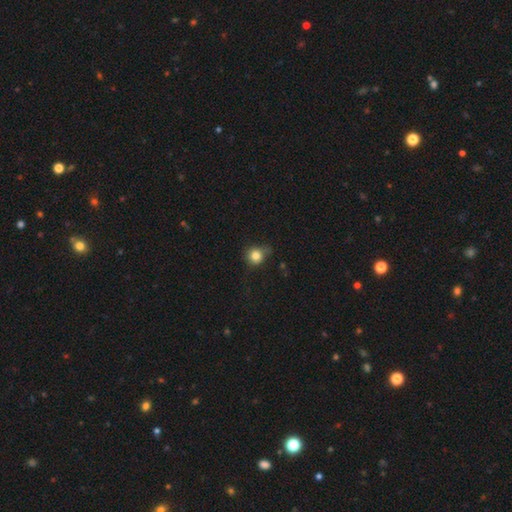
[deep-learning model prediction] Smooth or featured? Predicted: smooth (p=0.81). How rounded? Predicted: round (p=0.87). Merging? Predicted: none (p=0.62).